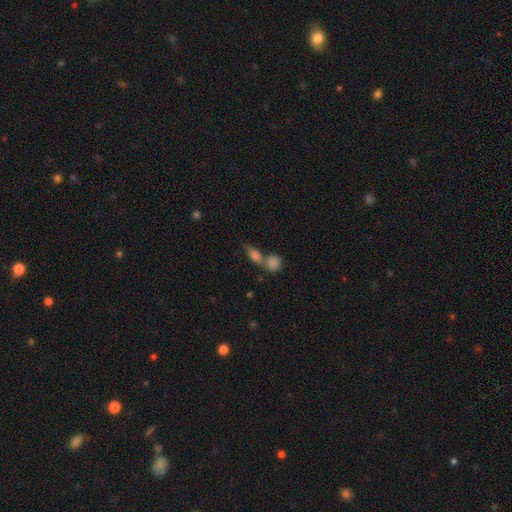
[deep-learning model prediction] Smooth or featured? smooth (64%)
How rounded? in between (57%)
Merging? merger (46%)